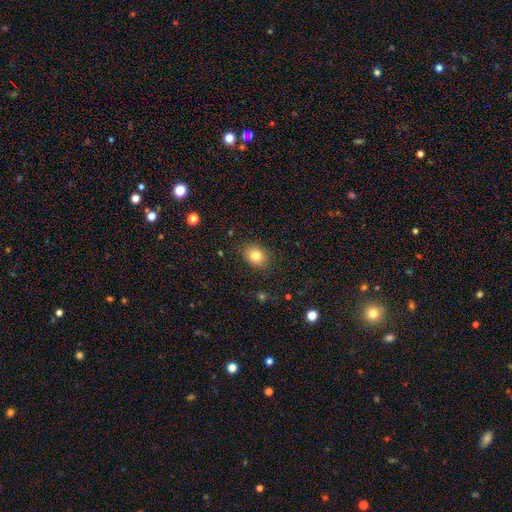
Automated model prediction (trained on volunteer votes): Smooth or featured: smooth — 82% (star or artifact — 10%)
How rounded: in between — 51% (round — 48%)
Merging: none — 86% (minor disturbance — 10%)